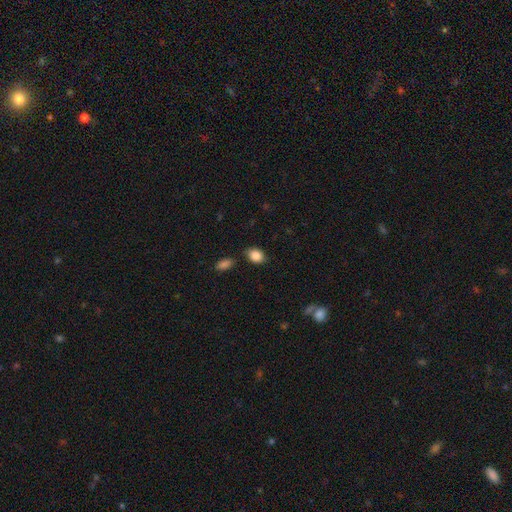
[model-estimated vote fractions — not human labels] Morphology: type=smooth (87%); roundness=in between (68%); merging=none (76%).